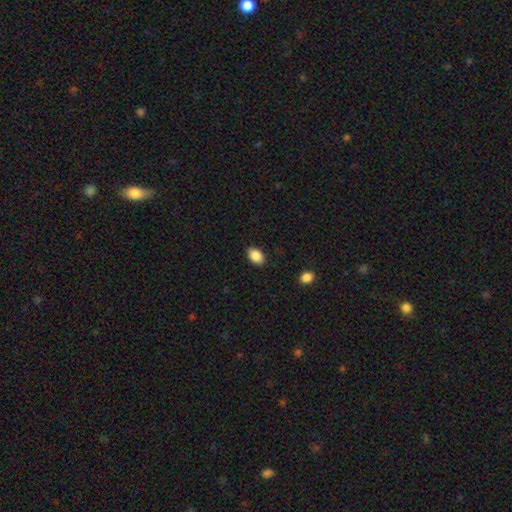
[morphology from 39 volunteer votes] smooth 95%, star or artifact 5%, featured or disk 0%. Down the decision tree: how rounded — in between (92%); merging — none (92%).